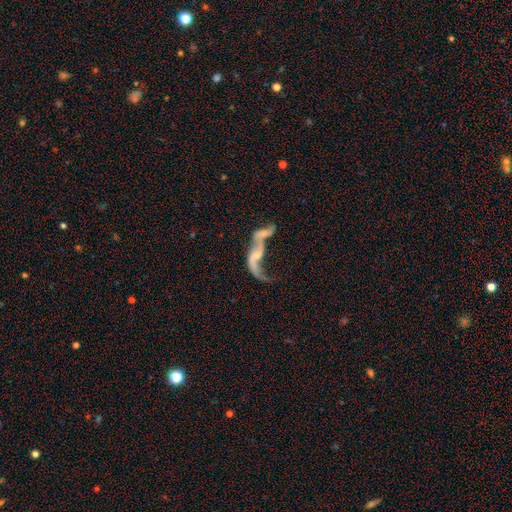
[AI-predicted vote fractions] Smooth or featured?
  - featured or disk: 72% *
  - smooth: 18%
  - star or artifact: 10%
Edge-on disk?
  - no: 91% *
  - yes: 9%
Bar?
  - no: 59% *
  - weak: 30%
  - strong: 11%
Spiral arms?
  - yes: 67% *
  - no: 33%
Bulge size?
  - small: 44% *
  - none: 29%
  - moderate: 23%
  - large: 3%
  - dominant: 1%
Merging?
  - merger: 61% *
  - major disturbance: 20%
  - none: 13%
  - minor disturbance: 7%